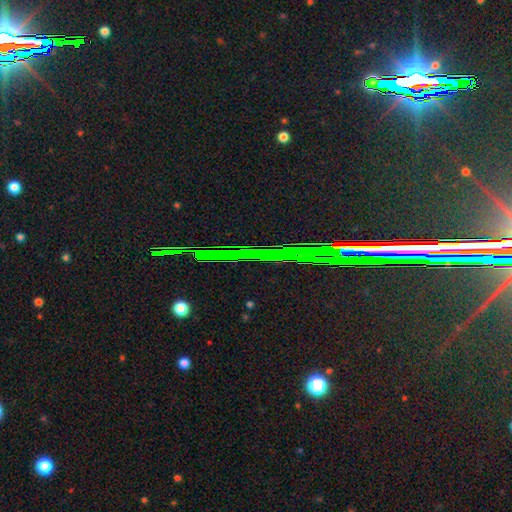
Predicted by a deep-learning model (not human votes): smooth-or-featured: star or artifact: 82% | featured or disk: 10% | smooth: 8%